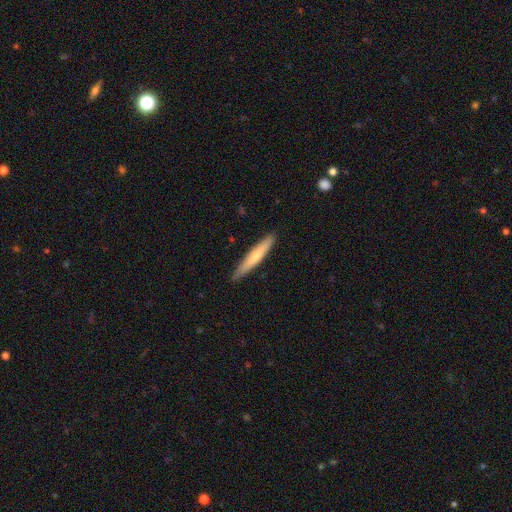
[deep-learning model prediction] Morphology: type=smooth (58%); roundness=cigar-shaped (93%); merging=none (87%).